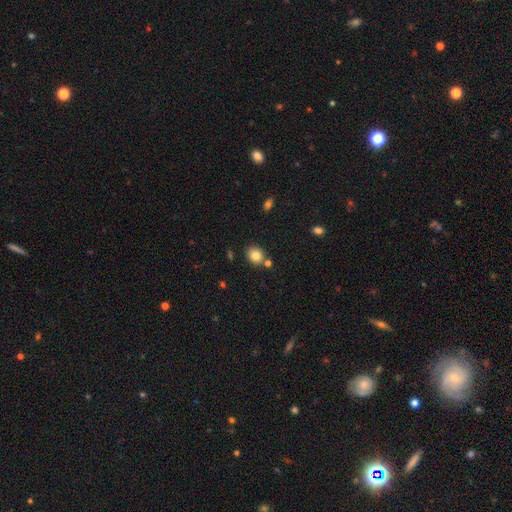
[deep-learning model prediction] Morphology: type=smooth (81%); roundness=round (68%); merging=none (76%).